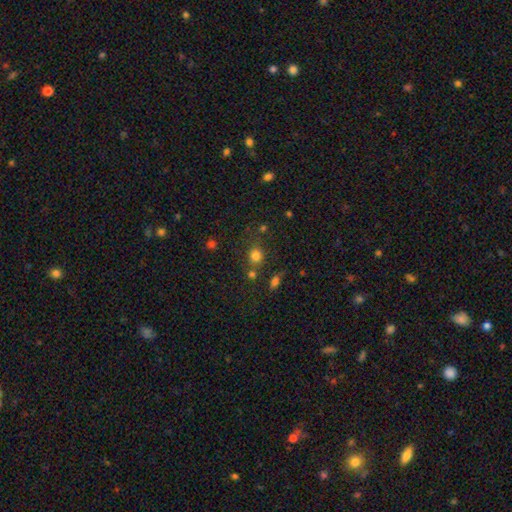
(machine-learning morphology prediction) smooth-or-featured: smooth: 77% | star or artifact: 15% | featured or disk: 8%
  how-rounded: round: 81% | in between: 17% | cigar-shaped: 1%
  merging: none: 68% | merger: 14% | minor disturbance: 12% | major disturbance: 6%